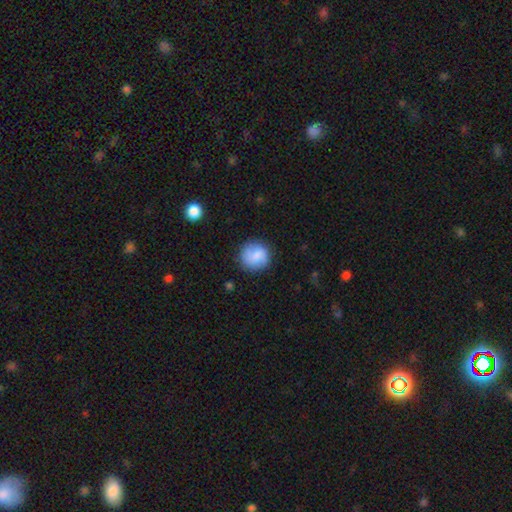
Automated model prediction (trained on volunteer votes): A smooth galaxy with no disk features (78%) that is round (90%). Merging: none (82%).